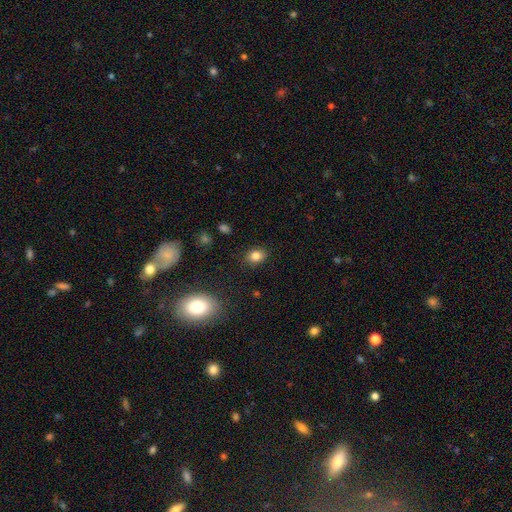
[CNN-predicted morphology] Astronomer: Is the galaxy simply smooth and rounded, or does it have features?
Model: smooth — 82%.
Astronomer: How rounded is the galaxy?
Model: in between — 61% (runner-up: round, 38%).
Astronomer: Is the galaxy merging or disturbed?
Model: none — 87%.